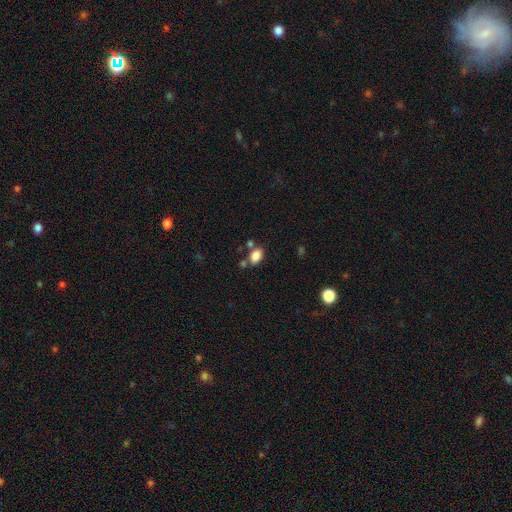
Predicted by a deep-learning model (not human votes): Smooth or featured?
  - smooth: 85% *
  - star or artifact: 10%
  - featured or disk: 5%
How rounded?
  - in between: 86% *
  - round: 13%
  - cigar-shaped: 1%
Merging?
  - none: 66% *
  - merger: 15%
  - minor disturbance: 14%
  - major disturbance: 4%